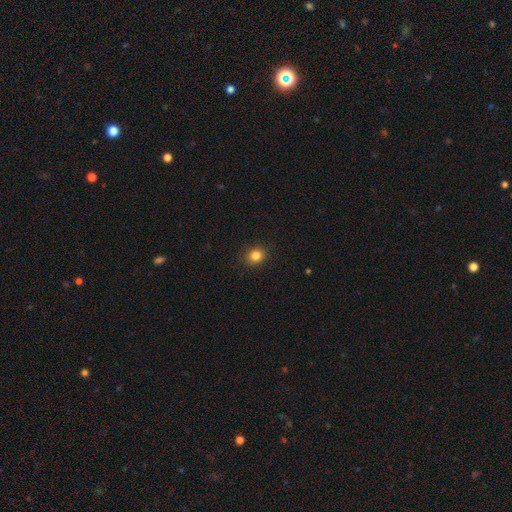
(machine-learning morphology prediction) This is clearly a smooth galaxy (83%). How rounded: clearly round (81%). Merging: clearly none (91%).